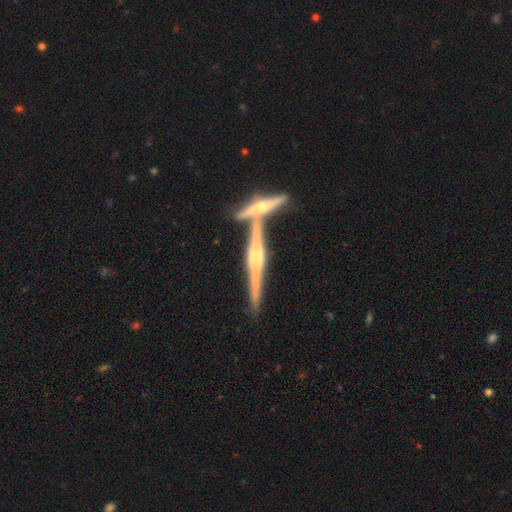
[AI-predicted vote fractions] This appears to be a featured or disk galaxy (83%) viewed edge-on (98%) with a rounded central bulge (74%). Merging: none (64%).